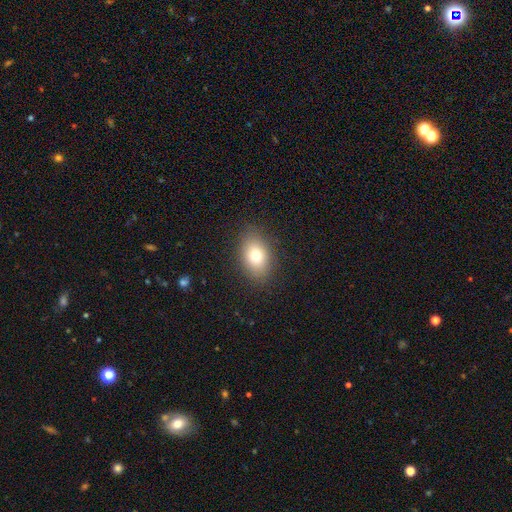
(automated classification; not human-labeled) Morphology: type=smooth (76%); roundness=in between (79%); merging=none (87%).